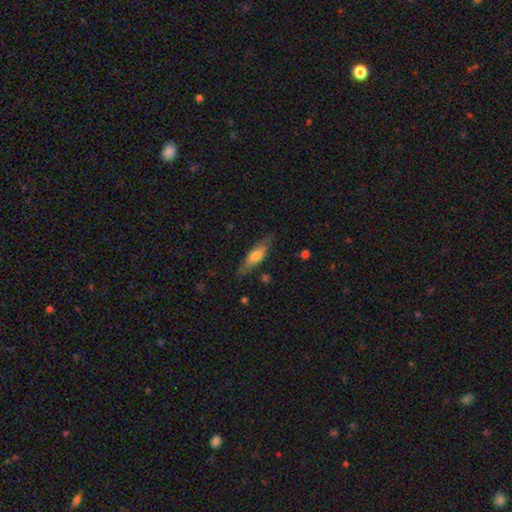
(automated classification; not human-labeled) Overall: smooth (57%; featured or disk 37%). How rounded: cigar-shaped (53%; in between 45%). Merging: none (77%).